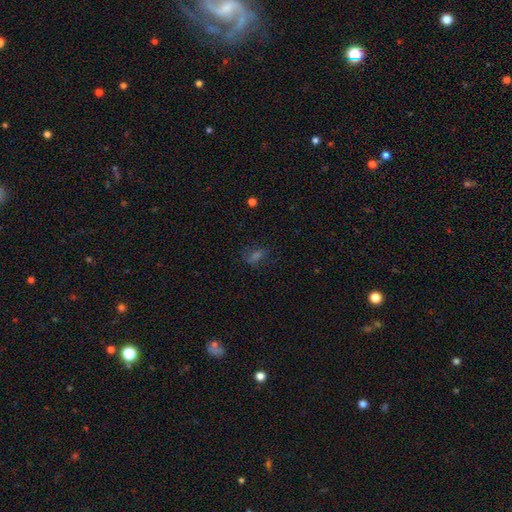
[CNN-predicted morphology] smooth 46%, star or artifact 34%, featured or disk 20%. Down the decision tree: merging — none (71%).